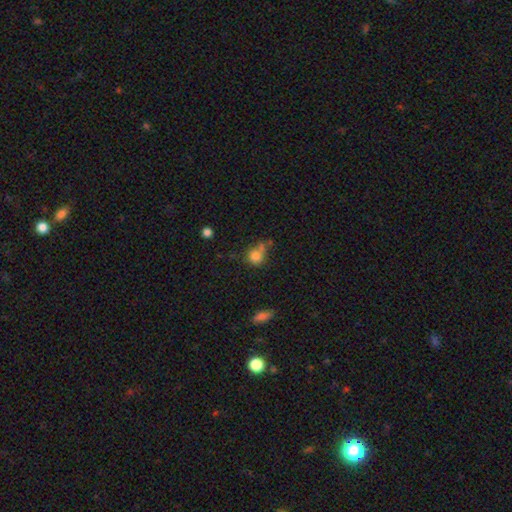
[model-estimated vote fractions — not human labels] This is likely a smooth galaxy (79%). How rounded: likely round (80%). Merging: possibly none (47%).